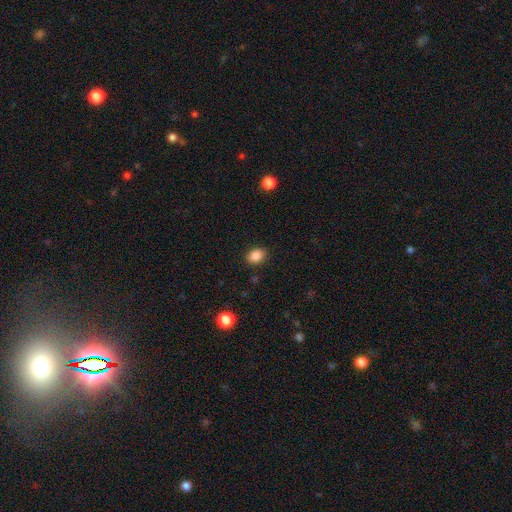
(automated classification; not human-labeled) smooth-or-featured: smooth: 87% | star or artifact: 10% | featured or disk: 4%
  how-rounded: in between: 62% | round: 37% | cigar-shaped: 1%
  merging: none: 87% | minor disturbance: 9% | major disturbance: 3% | merger: 1%